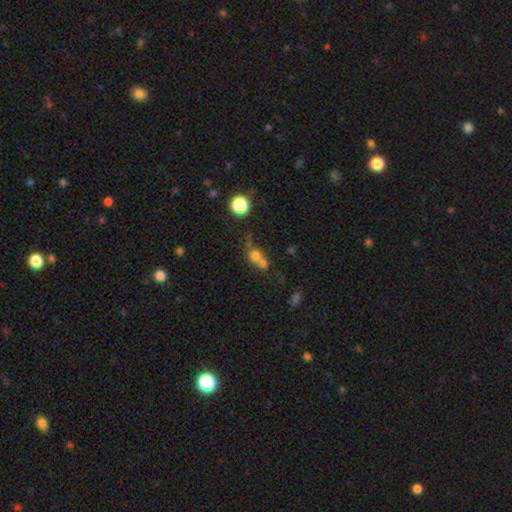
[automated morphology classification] smooth_or_featured: smooth (p=0.69) [alt: star or artifact p=0.16]
how_rounded: round (p=0.78) [alt: in between p=0.21]
merging: merger (p=0.59) [alt: none p=0.30]